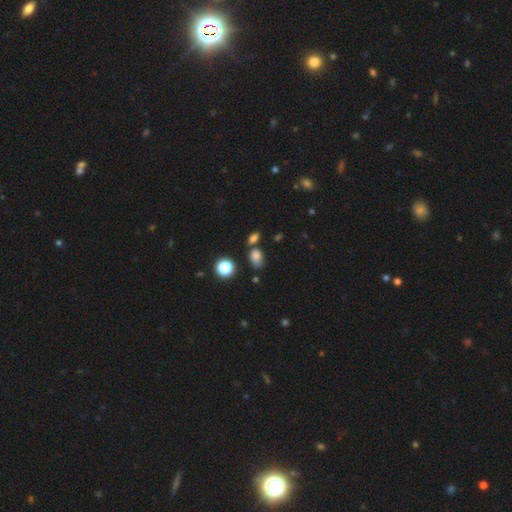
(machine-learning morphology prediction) Overall: smooth (79%). How rounded: in between (77%). Merging: none (63%).